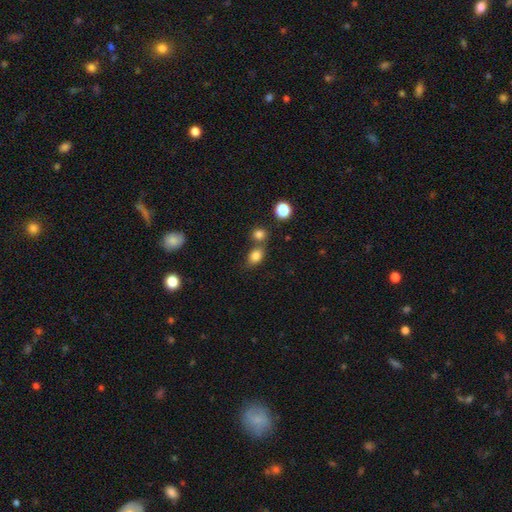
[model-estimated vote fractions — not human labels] Overall: smooth (81%). How rounded: in between (61%; round 38%). Merging: none (54%; merger 28%).